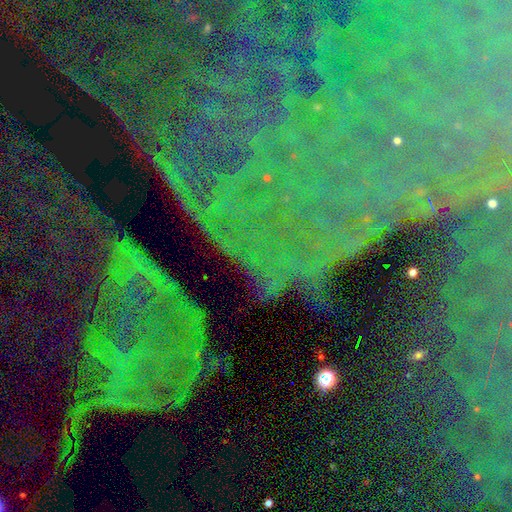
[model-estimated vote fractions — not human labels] Smooth or featured?
  - star or artifact: 83% *
  - featured or disk: 9%
  - smooth: 8%